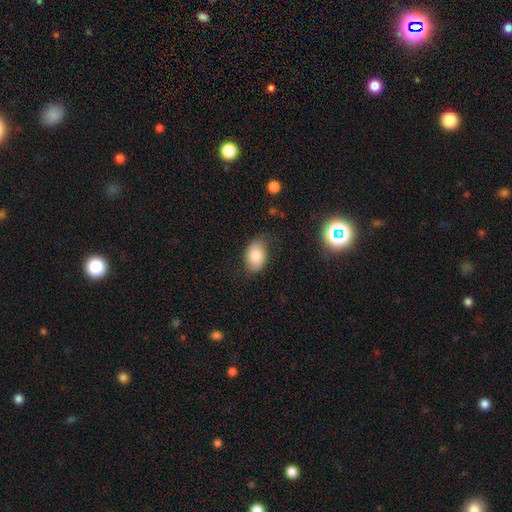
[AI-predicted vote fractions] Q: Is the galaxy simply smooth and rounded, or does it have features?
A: smooth — 80%.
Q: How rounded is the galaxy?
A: in between — 85%.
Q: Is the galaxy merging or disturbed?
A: none — 74%.